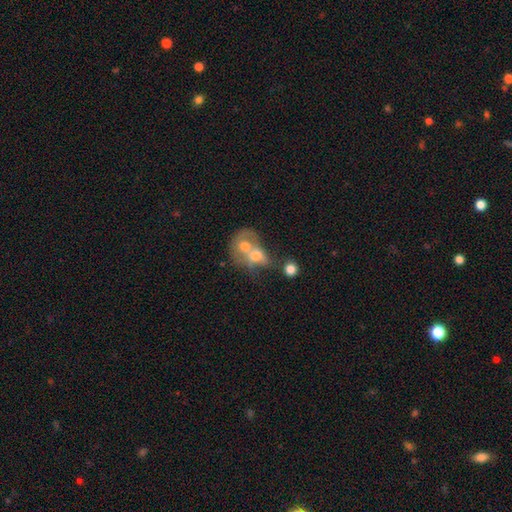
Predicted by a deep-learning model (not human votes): This is possibly a smooth galaxy (51%). How rounded: possibly round (52%). Merging: likely merger (77%).